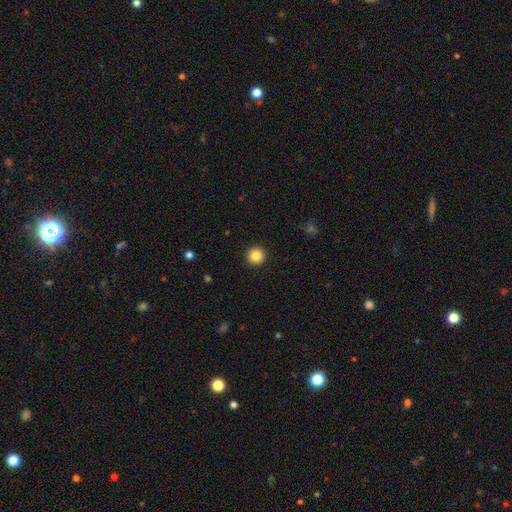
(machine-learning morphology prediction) A smooth galaxy with no disk features (86%) that is round (96%).

Vote fractions:
- Smooth or featured? smooth: 86% / star or artifact: 10% / featured or disk: 4%
- How rounded? round: 96% / in between: 3% / cigar-shaped: 1%
- Merging? none: 93% / minor disturbance: 4% / major disturbance: 2% / merger: 1%